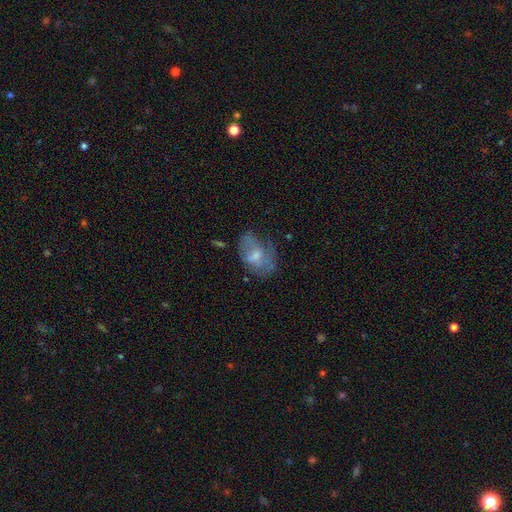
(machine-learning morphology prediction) Smooth or featured? Predicted: featured or disk (p=0.48). Merging? Predicted: none (p=0.47).